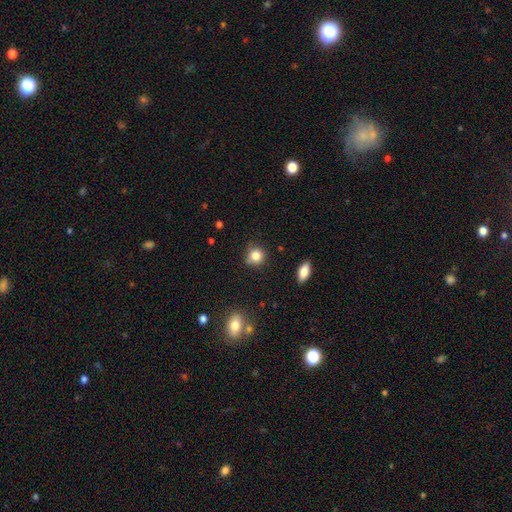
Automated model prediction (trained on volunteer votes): Morphology: type=smooth (83%); roundness=round (86%); merging=none (73%).